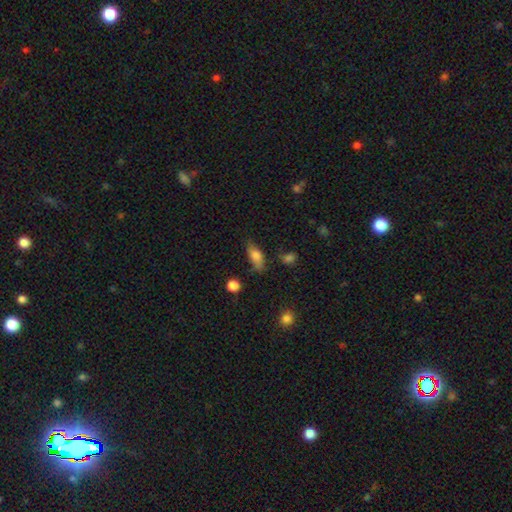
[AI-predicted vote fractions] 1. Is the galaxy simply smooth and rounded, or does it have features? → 75% smooth, 17% featured or disk, 8% star or artifact.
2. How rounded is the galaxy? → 78% in between, 17% cigar-shaped, 5% round.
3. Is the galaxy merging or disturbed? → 64% none, 26% minor disturbance, 7% major disturbance, 4% merger.